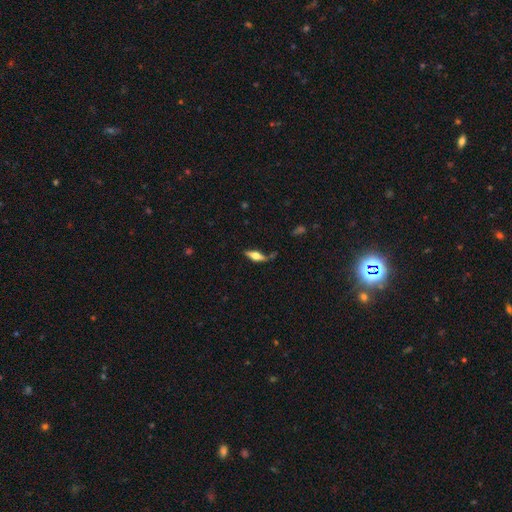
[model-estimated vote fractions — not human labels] This appears to be a featured or disk galaxy (53%) viewed edge-on (91%). Merging: none (66%).